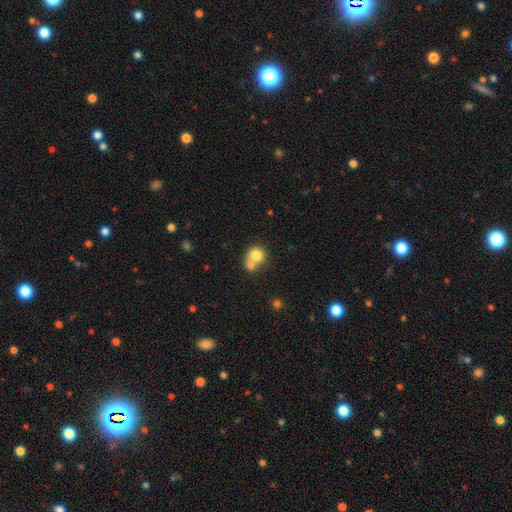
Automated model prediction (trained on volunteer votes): The model was most divided on "merging": merger: 55%, none: 31%, minor disturbance: 9%, major disturbance: 5%. More confident: smooth or featured — smooth (76%); how rounded — round (75%).